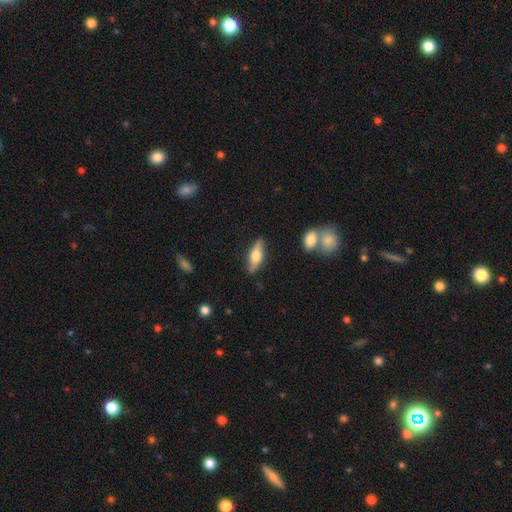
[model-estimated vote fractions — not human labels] Smooth or featured?
  - smooth: 56% *
  - featured or disk: 37%
  - star or artifact: 6%
How rounded?
  - in between: 58% *
  - cigar-shaped: 39%
  - round: 3%
Merging?
  - none: 82% *
  - minor disturbance: 13%
  - major disturbance: 3%
  - merger: 2%